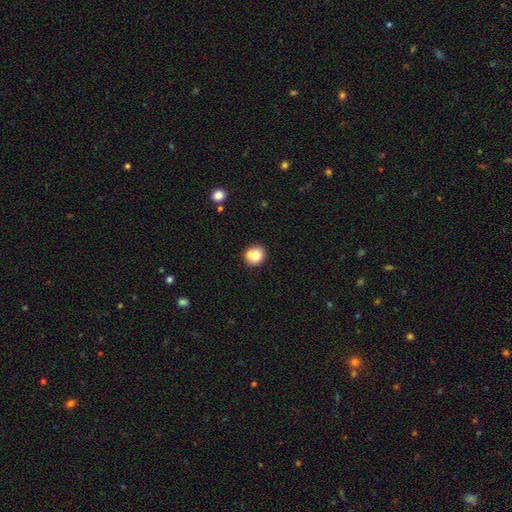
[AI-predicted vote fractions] Smooth or featured? smooth (76%)
How rounded? round (83%)
Merging? none (67%)